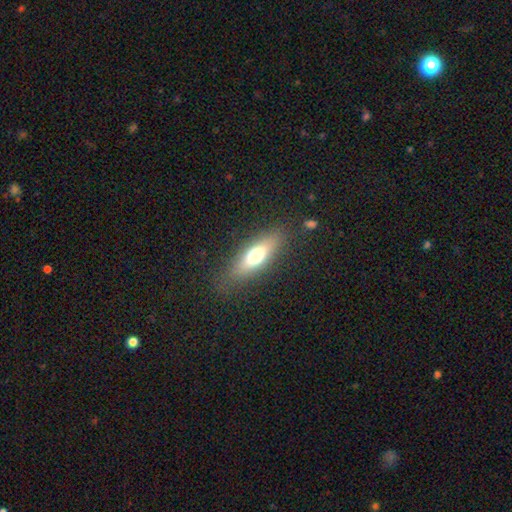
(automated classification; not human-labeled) Morphology: type=smooth (61%); roundness=in between (50%); merging=none (83%).